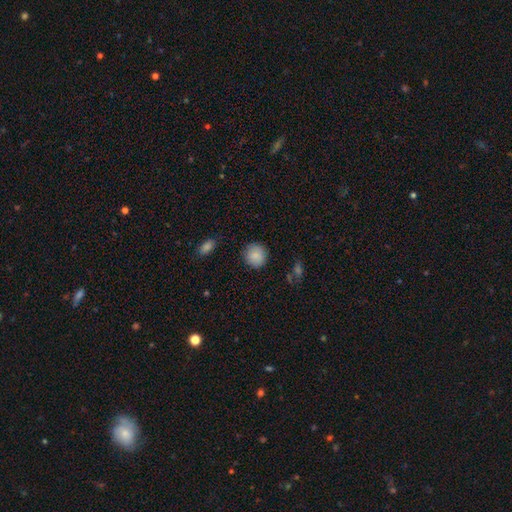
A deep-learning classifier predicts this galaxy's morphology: smooth_or_featured: smooth (p=0.88) [alt: star or artifact p=0.08]
how_rounded: round (p=0.88) [alt: in between p=0.11]
merging: none (p=0.86) [alt: minor disturbance p=0.10]